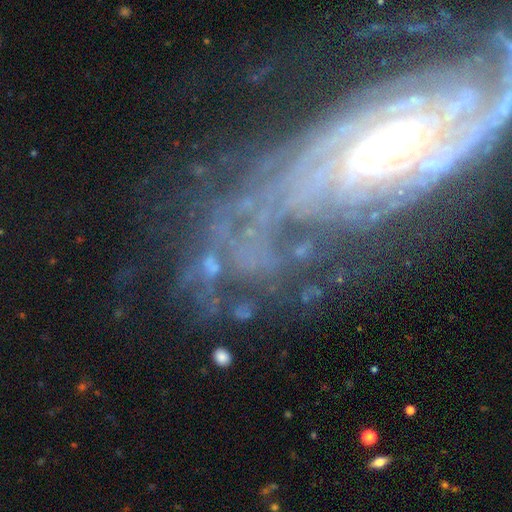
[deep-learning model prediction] This appears to be a featured or disk galaxy (69%) with no bar (65%), tight (60%) spiral arms (79%) and a small central bulge (39%). Merging: none (54%).